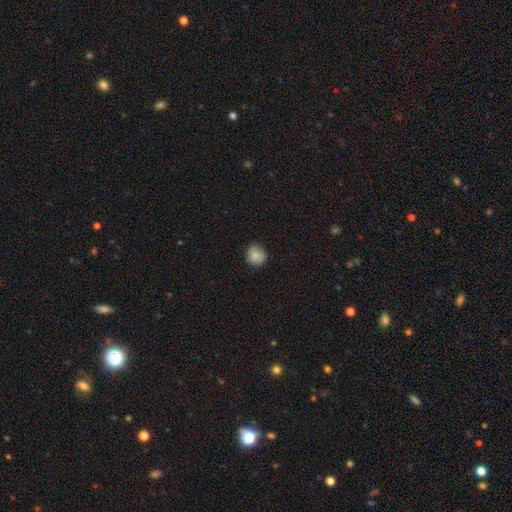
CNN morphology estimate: A smooth galaxy with no disk features (83%) that is round (88%). Merging: none (82%).